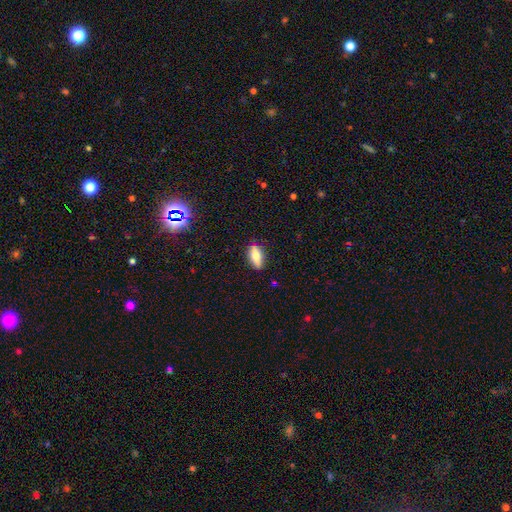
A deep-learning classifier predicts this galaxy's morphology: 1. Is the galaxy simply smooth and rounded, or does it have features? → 69% smooth, 24% featured or disk, 8% star or artifact.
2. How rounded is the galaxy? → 70% in between, 26% cigar-shaped, 3% round.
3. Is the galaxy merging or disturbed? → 83% none, 13% minor disturbance, 3% major disturbance, 1% merger.